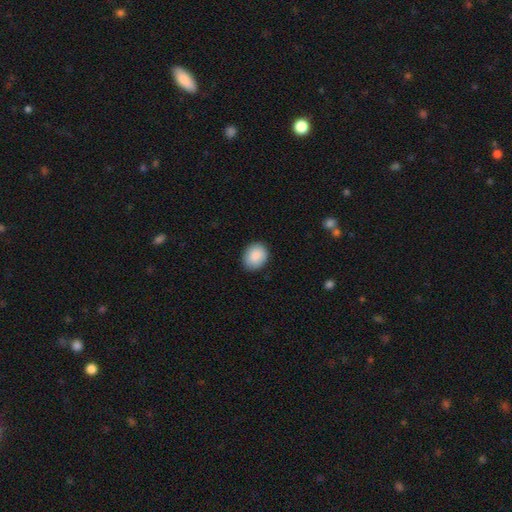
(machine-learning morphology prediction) type=smooth (89%); roundness=in between (50%); merging=none (88%).